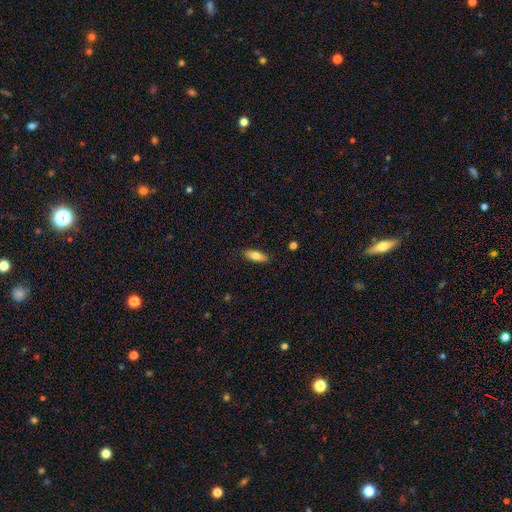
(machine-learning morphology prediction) A smooth galaxy with no disk features (77%) that is in between round and cigar-shaped (71%).

Vote fractions:
- Smooth or featured? smooth: 77% / featured or disk: 16% / star or artifact: 6%
- How rounded? in between: 71% / cigar-shaped: 27% / round: 2%
- Merging? none: 87% / minor disturbance: 10% / major disturbance: 2% / merger: 1%